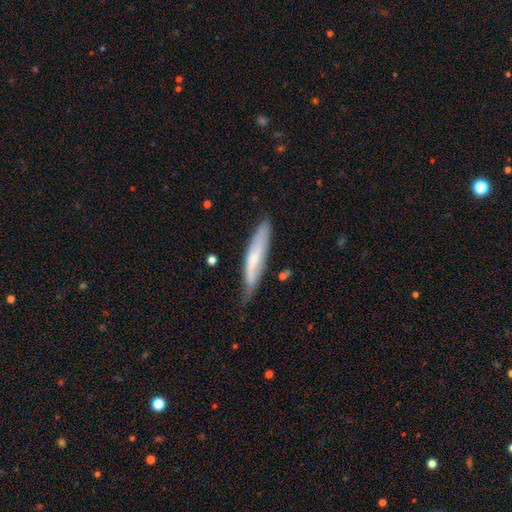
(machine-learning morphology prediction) This is possibly a smooth galaxy (50%). Merging: likely none (69%).